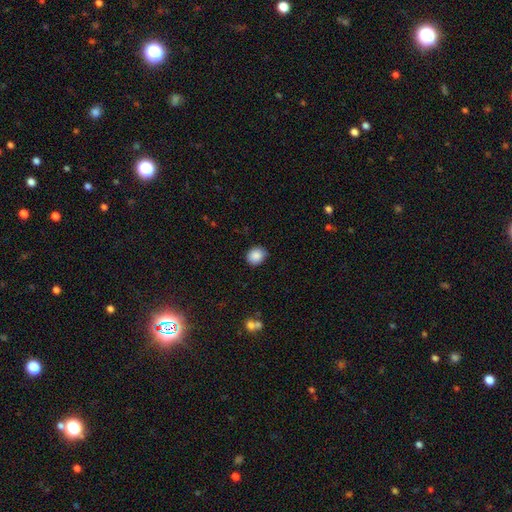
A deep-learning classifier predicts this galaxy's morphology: This is clearly a smooth galaxy (88%). How rounded: likely round (67%). Merging: clearly none (85%).